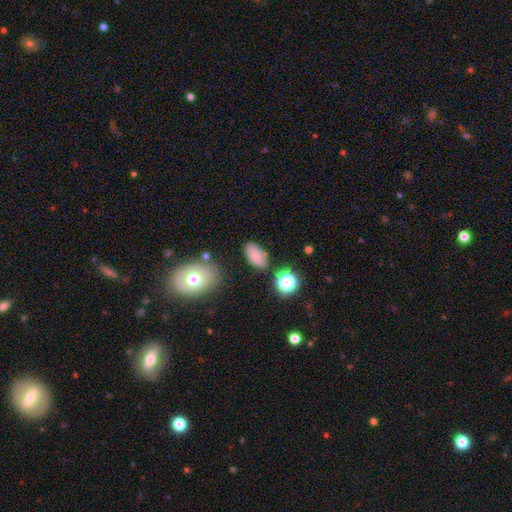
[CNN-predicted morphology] Smooth or featured? Predicted: smooth (p=0.78). How rounded? Predicted: in between (p=0.91). Merging? Predicted: none (p=0.76).